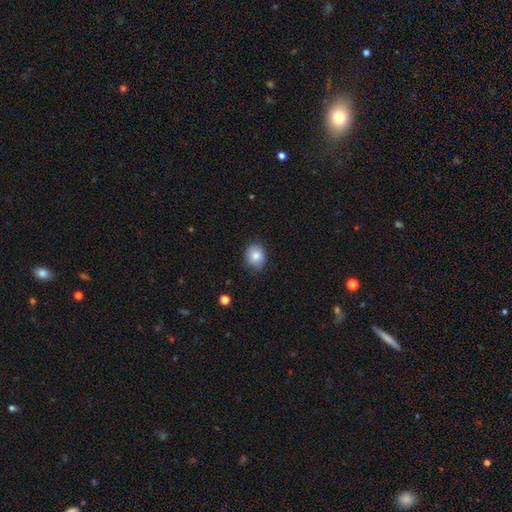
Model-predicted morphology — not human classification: A smooth galaxy with no disk features (84%) that is round (63%). Merging: none (81%).